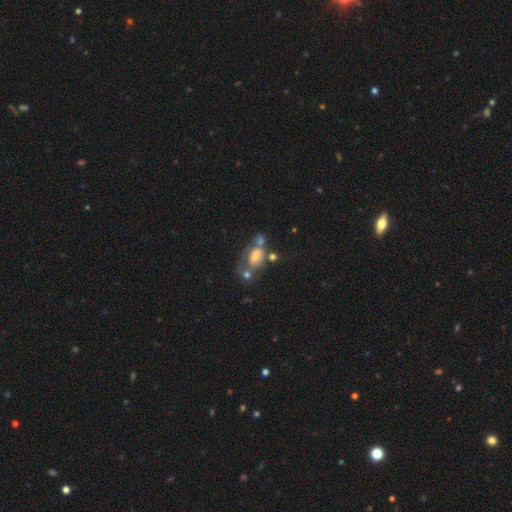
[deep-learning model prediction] Smooth or featured? Predicted: smooth (p=0.60). How rounded? Predicted: in between (p=0.78). Merging? Predicted: merger (p=0.34).